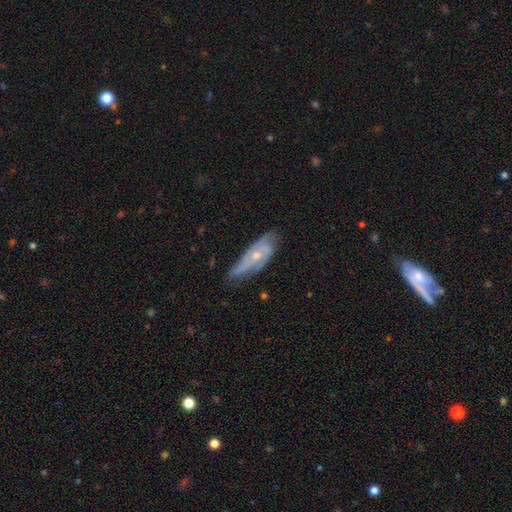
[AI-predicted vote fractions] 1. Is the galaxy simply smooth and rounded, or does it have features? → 71% featured or disk, 22% smooth, 7% star or artifact.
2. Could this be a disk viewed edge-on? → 79% no, 21% yes.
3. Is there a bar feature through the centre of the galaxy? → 74% no, 21% weak, 5% strong.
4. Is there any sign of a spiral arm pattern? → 84% yes, 16% no.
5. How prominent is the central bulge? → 50% moderate, 46% small, 2% none, 1% large, 1% dominant.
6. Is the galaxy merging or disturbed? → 61% none, 29% minor disturbance, 8% major disturbance, 2% merger.